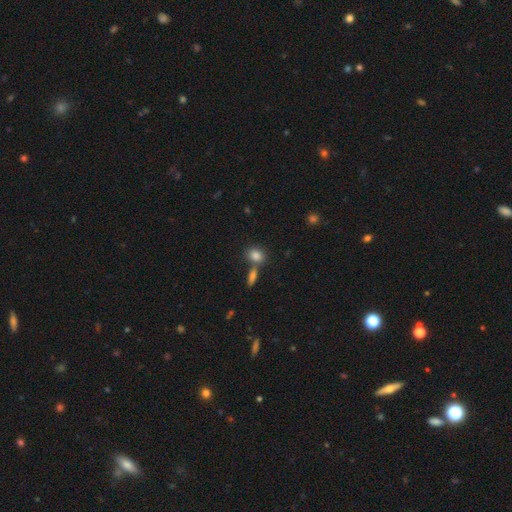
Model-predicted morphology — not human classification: smooth 83%, star or artifact 9%, featured or disk 8%. Down the decision tree: how rounded — in between (58%); merging — none (57%).